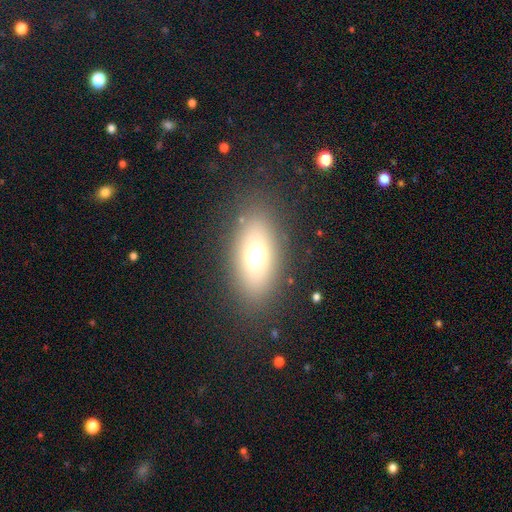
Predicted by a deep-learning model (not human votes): This is likely a smooth galaxy (65%). How rounded: likely in between (78%). Merging: clearly none (83%).